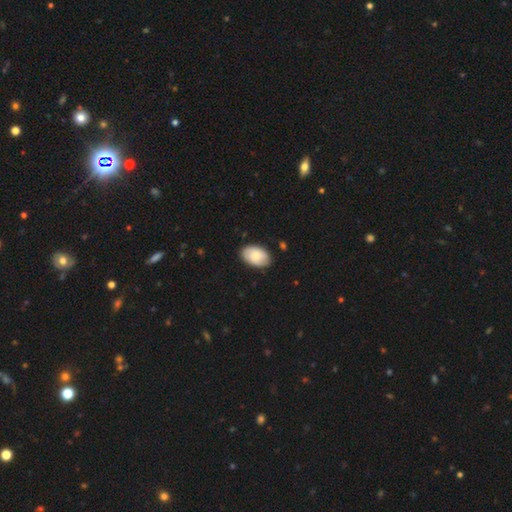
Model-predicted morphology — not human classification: The model was most divided on "smooth or featured": smooth: 74%, featured or disk: 21%, star or artifact: 6%. More confident: how rounded — in between (91%); merging — none (83%).